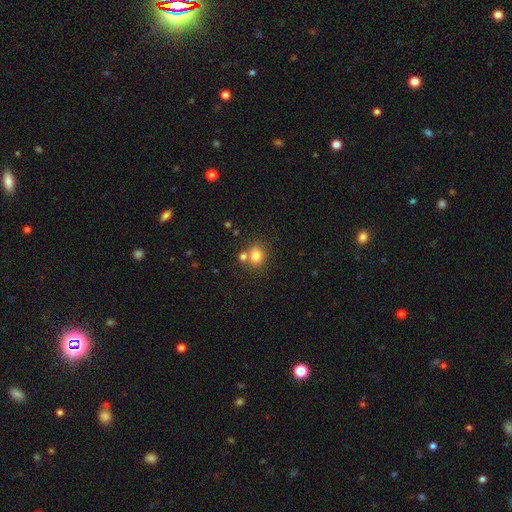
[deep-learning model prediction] A smooth galaxy with no disk features (79%) that is round (77%).

Vote fractions:
- Smooth or featured? smooth: 79% / star or artifact: 12% / featured or disk: 9%
- How rounded? round: 77% / in between: 22% / cigar-shaped: 1%
- Merging? none: 60% / merger: 27% / minor disturbance: 10% / major disturbance: 3%